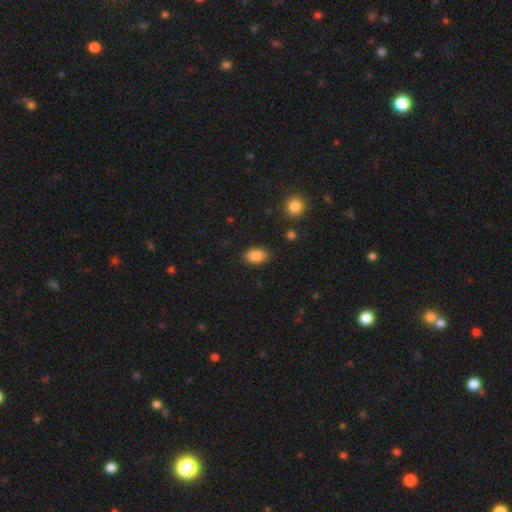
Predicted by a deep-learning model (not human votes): This is clearly a smooth galaxy (87%). How rounded: clearly in between (84%). Merging: clearly none (86%).